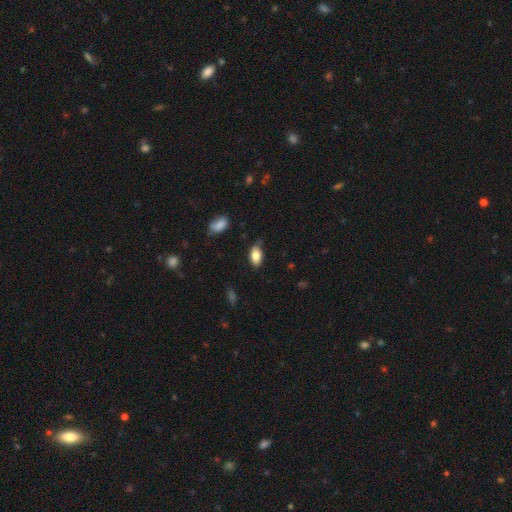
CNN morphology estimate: smooth_or_featured: smooth (p=0.82) [alt: featured or disk p=0.10]
how_rounded: in between (p=0.92) [alt: round p=0.05]
merging: none (p=0.72) [alt: minor disturbance p=0.22]